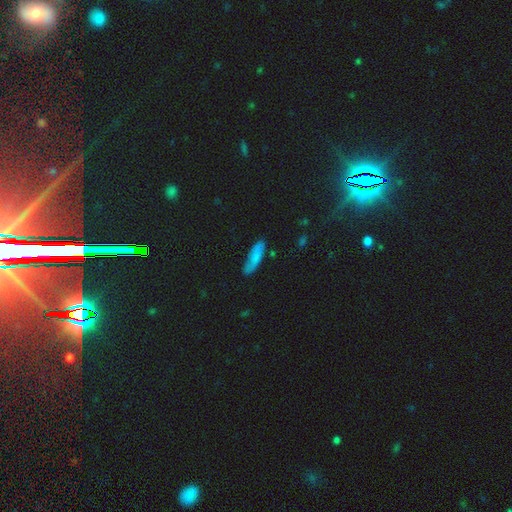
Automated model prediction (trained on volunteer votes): Smooth or featured? smooth (73%)
How rounded? cigar-shaped (54%)
Merging? none (75%)